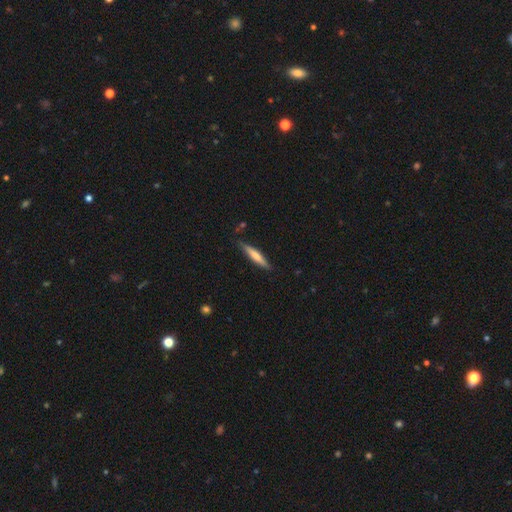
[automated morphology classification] smooth-or-featured: smooth: 54% | featured or disk: 41% | star or artifact: 6%
  how-rounded: cigar-shaped: 90% | in between: 9% | round: 1%
  merging: none: 85% | minor disturbance: 12% | major disturbance: 2% | merger: 2%